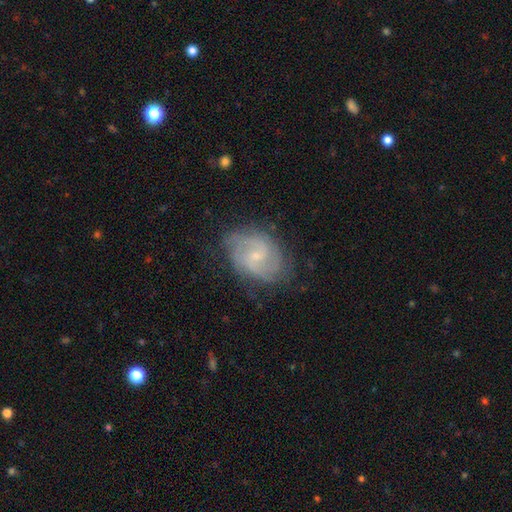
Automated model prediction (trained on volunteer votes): Smooth or featured? featured or disk (84%)
Edge-on disk? no (97%)
Bar? weak (51%)
Spiral arms? yes (96%)
Spiral winding? medium (47%)
Spiral arm count? 2 (63%)
Bulge size? small (73%)
Merging? none (74%)